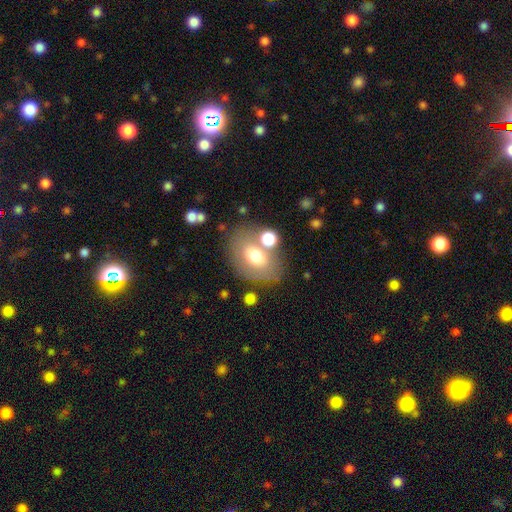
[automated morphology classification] Q: Smooth or featured?
A: smooth (64%); runner-up: featured or disk (25%)
Q: How rounded?
A: in between (69%); runner-up: round (30%)
Q: Merging?
A: none (65%); runner-up: minor disturbance (16%)